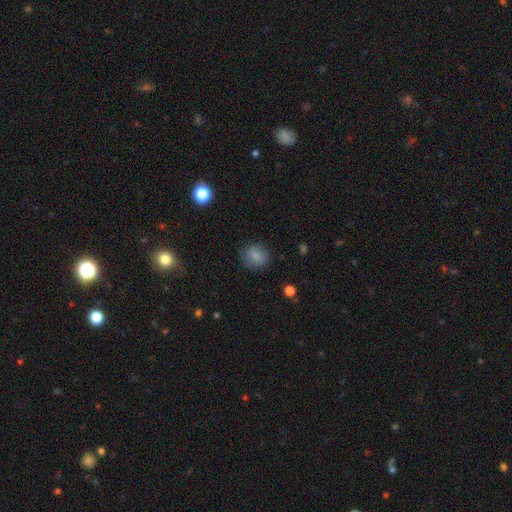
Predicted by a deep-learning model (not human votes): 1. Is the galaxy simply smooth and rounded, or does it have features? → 83% smooth, 10% star or artifact, 7% featured or disk.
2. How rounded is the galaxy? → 75% round, 24% in between, 1% cigar-shaped.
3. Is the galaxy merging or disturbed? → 82% none, 13% minor disturbance, 4% major disturbance, 1% merger.